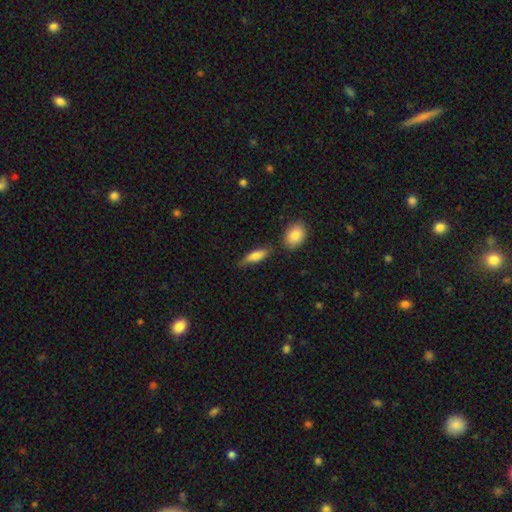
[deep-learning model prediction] Overall: smooth (76%). How rounded: in between (52%; cigar-shaped 45%). Merging: none (65%).